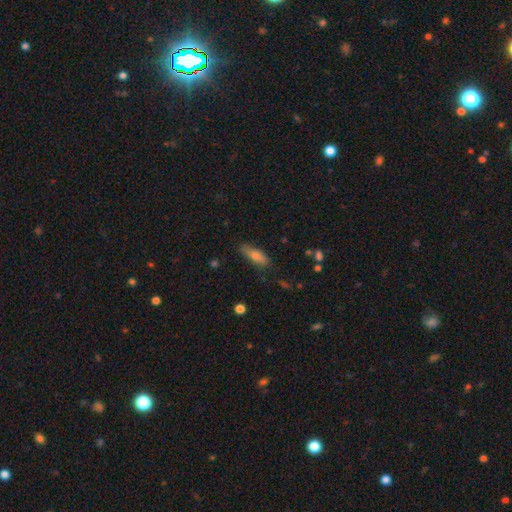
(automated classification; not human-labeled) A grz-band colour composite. It shows a smooth galaxy with no disk features (70%) that is in between round and cigar-shaped (50%). Merging: none (79%).